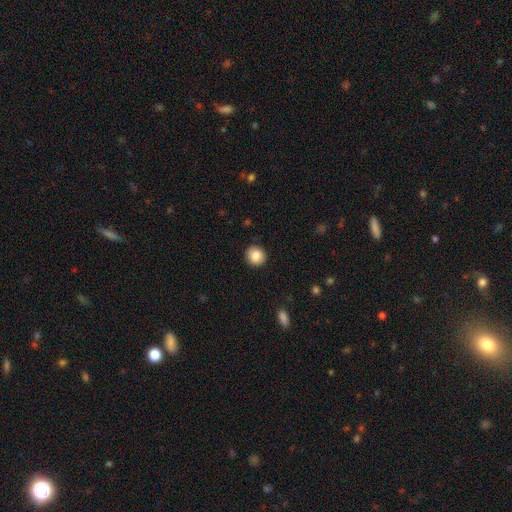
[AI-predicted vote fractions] Smooth or featured?
  - smooth: 85% *
  - star or artifact: 8%
  - featured or disk: 7%
How rounded?
  - round: 88% *
  - in between: 11%
  - cigar-shaped: 1%
Merging?
  - none: 90% *
  - minor disturbance: 7%
  - major disturbance: 2%
  - merger: 1%